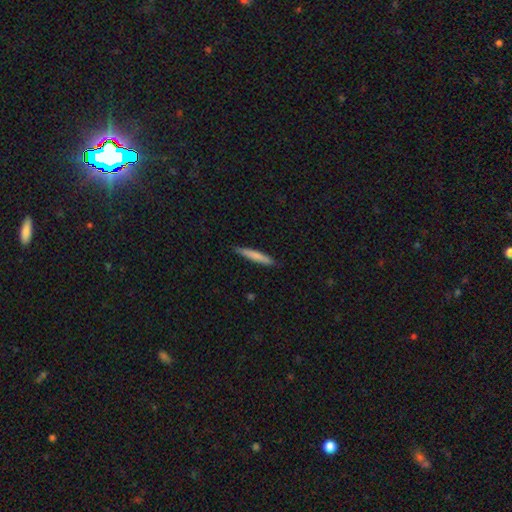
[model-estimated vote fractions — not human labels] This appears to be a smooth galaxy with no disk features (75%) that is cigar-shaped (94%). Merging: none (87%).